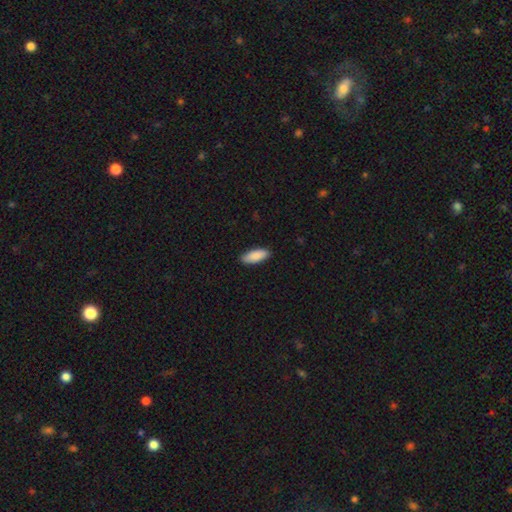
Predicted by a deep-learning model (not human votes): Smooth or featured?
  - smooth: 90% *
  - star or artifact: 5%
  - featured or disk: 5%
How rounded?
  - in between: 80% *
  - cigar-shaped: 19%
  - round: 2%
Merging?
  - none: 89% *
  - minor disturbance: 9%
  - major disturbance: 2%
  - merger: 1%